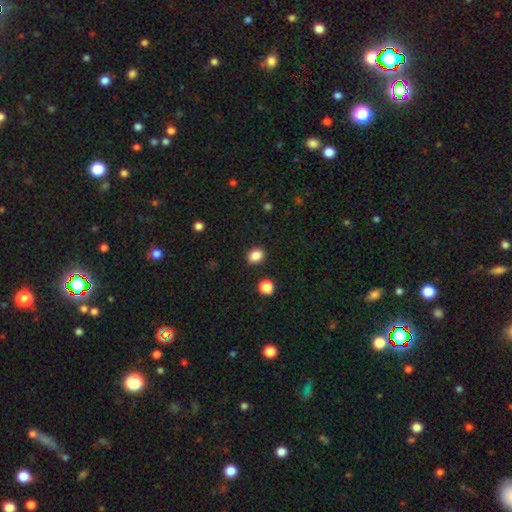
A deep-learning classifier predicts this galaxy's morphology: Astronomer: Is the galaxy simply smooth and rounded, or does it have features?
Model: smooth — 87%.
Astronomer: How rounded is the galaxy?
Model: in between — 58% (runner-up: round, 41%).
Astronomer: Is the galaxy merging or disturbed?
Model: none — 88%.